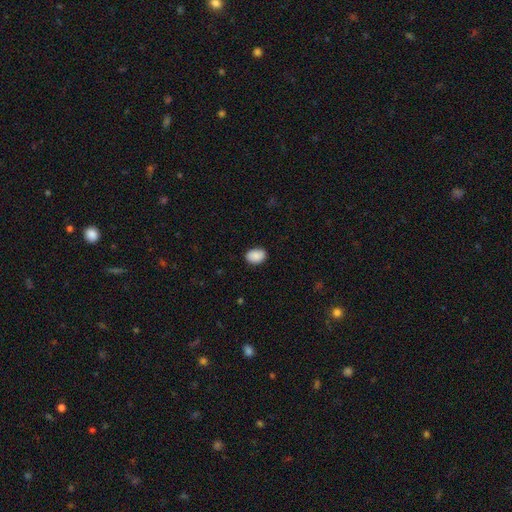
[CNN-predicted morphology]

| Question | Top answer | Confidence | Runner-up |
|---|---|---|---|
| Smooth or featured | smooth | 89% | star or artifact (7%) |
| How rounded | in between | 76% | round (23%) |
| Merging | none | 86% | minor disturbance (11%) |